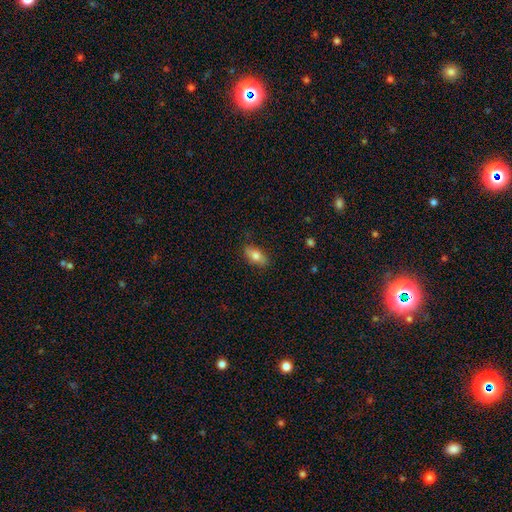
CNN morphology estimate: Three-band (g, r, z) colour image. It shows a smooth galaxy with no disk features (73%) that is in between round and cigar-shaped (82%). Merging: none (83%).